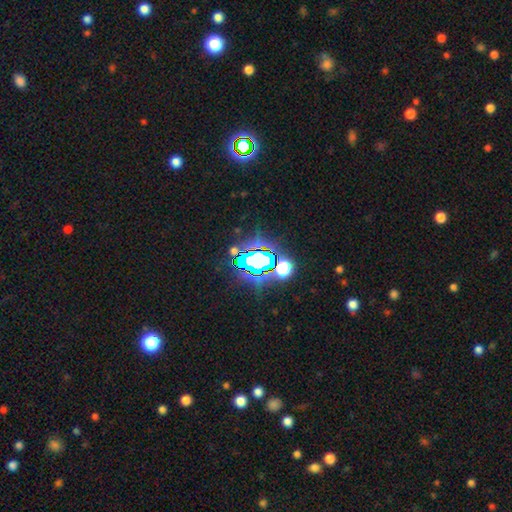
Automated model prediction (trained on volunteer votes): This is likely a star or artifact rather than a galaxy (74%).